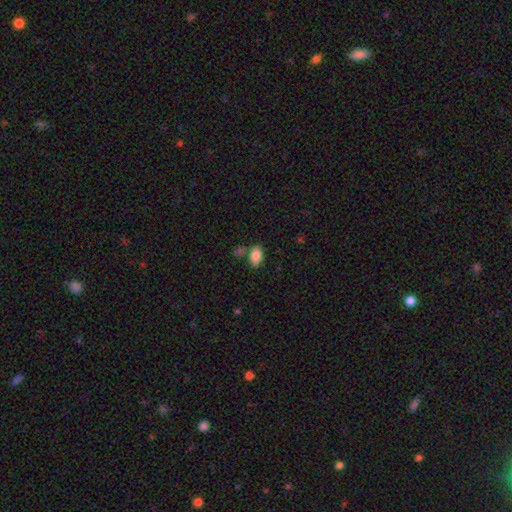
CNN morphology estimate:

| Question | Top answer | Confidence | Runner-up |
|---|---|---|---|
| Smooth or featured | smooth | 86% | star or artifact (8%) |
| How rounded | in between | 93% | round (5%) |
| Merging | none | 72% | minor disturbance (13%) |